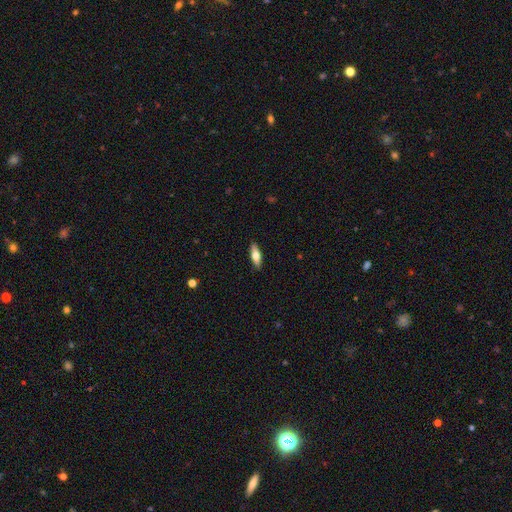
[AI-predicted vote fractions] The model was most divided on "how rounded": in between: 60%, cigar-shaped: 38%, round: 3%. More confident: merging — none (90%); smooth or featured — smooth (62%).